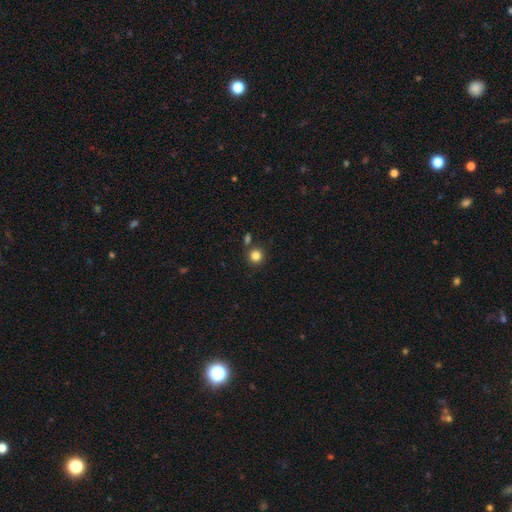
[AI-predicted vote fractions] Overall: smooth (84%). How rounded: round (92%). Merging: none (79%).